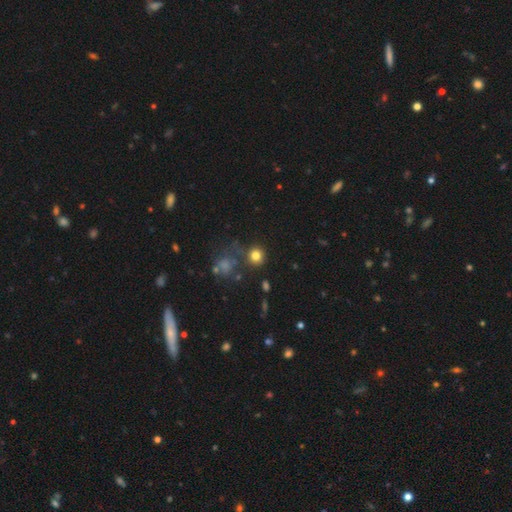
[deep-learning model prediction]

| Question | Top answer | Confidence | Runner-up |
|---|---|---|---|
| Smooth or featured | smooth | 79% | star or artifact (14%) |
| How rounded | round | 89% | in between (10%) |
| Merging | none | 76% | minor disturbance (12%) |